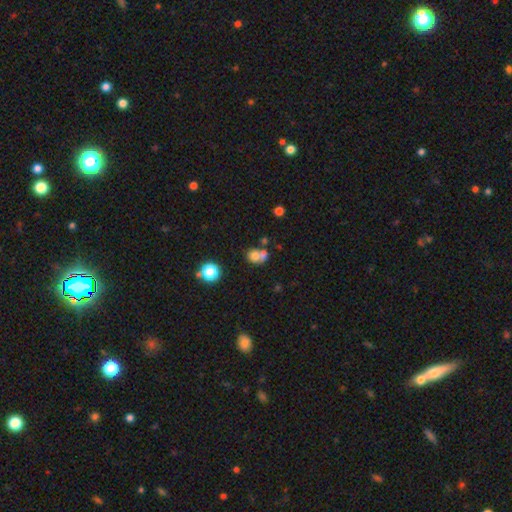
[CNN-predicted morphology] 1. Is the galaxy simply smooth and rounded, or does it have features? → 70% smooth, 17% featured or disk, 13% star or artifact.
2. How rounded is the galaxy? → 63% round, 36% in between, 1% cigar-shaped.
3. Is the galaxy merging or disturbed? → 45% merger, 37% none, 12% minor disturbance, 7% major disturbance.